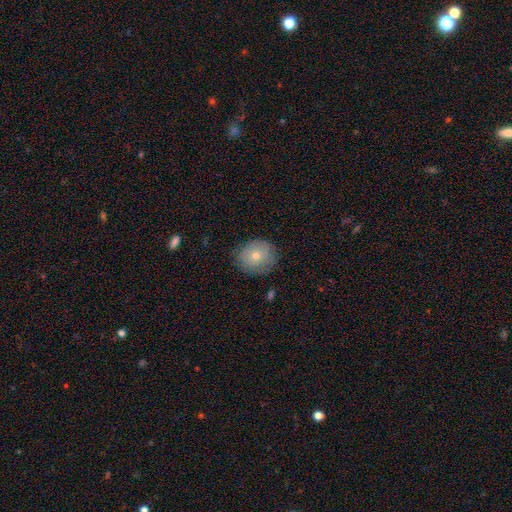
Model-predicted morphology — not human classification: Smooth or featured? smooth (69%)
How rounded? round (68%)
Merging? none (79%)